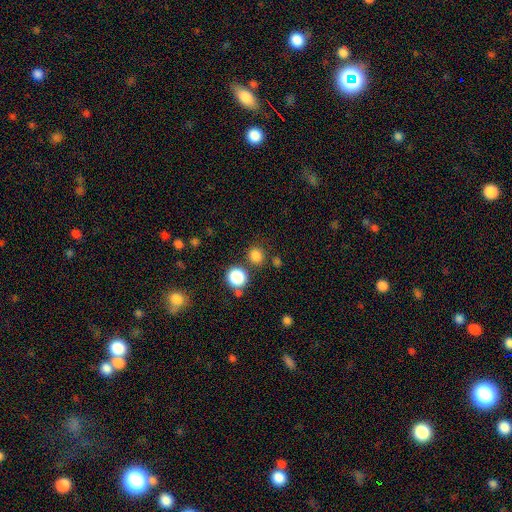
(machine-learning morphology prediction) type=smooth (81%); roundness=round (87%); merging=none (78%).